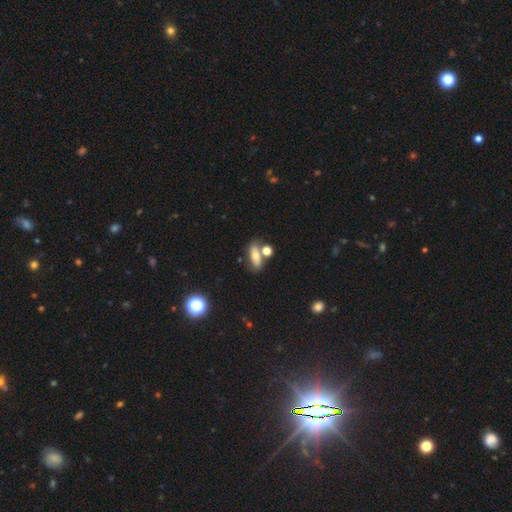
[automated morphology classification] A smooth galaxy with no disk features (65%) that is in between round and cigar-shaped (69%). Merging: none (58%).